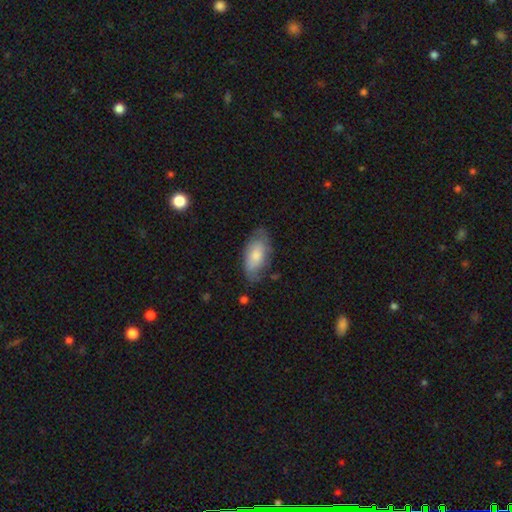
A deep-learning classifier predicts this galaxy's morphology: The model was most divided on "merging": none: 65%, minor disturbance: 26%, major disturbance: 7%, merger: 2%. More confident: how rounded — in between (91%); smooth or featured — smooth (71%).